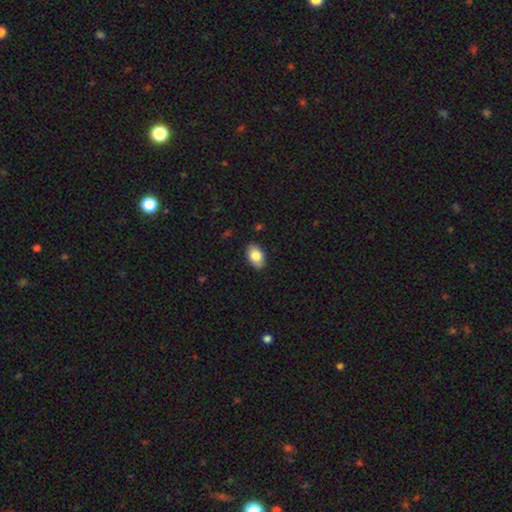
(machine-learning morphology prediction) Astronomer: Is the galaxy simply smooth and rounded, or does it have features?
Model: smooth — 82%.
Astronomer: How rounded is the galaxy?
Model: in between — 92%.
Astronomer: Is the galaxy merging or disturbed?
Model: none — 87%.